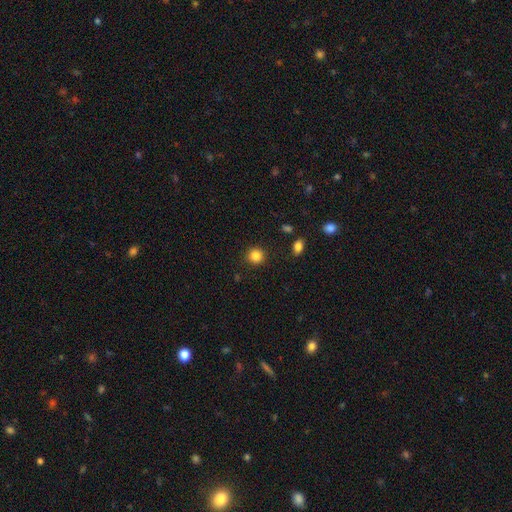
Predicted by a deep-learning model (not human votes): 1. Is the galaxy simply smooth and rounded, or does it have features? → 86% smooth, 11% star or artifact, 4% featured or disk.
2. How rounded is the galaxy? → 91% round, 8% in between, 1% cigar-shaped.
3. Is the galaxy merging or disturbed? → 89% none, 7% minor disturbance, 3% major disturbance, 2% merger.